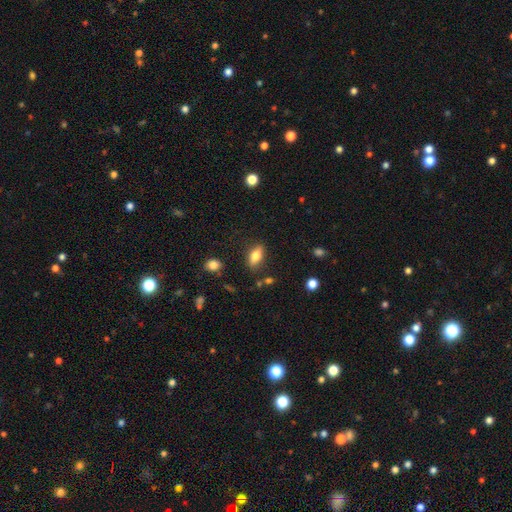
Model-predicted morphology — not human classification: Overall: smooth (75%). How rounded: in between (84%). Merging: none (81%).